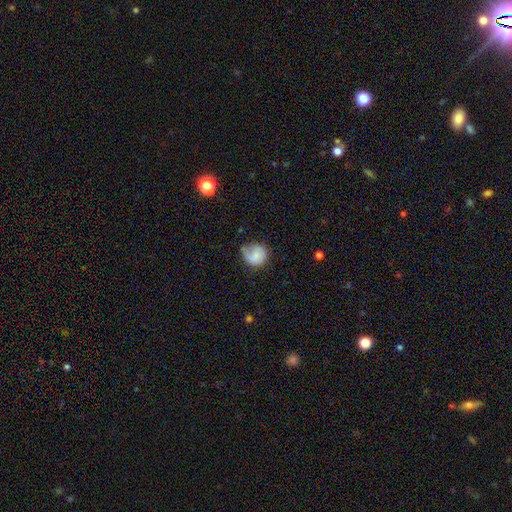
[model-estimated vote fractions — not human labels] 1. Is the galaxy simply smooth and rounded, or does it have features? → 69% smooth, 23% featured or disk, 8% star or artifact.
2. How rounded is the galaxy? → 73% round, 26% in between, 1% cigar-shaped.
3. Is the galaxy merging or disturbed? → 40% none, 35% minor disturbance, 22% major disturbance, 3% merger.